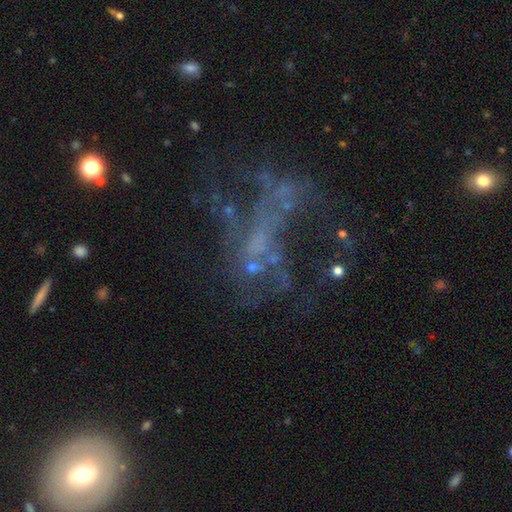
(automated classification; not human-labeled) Smooth or featured?
  - featured or disk: 58% *
  - star or artifact: 26%
  - smooth: 16%
Edge-on disk?
  - no: 95% *
  - yes: 5%
Bar?
  - no: 83% *
  - weak: 12%
  - strong: 5%
Spiral arms?
  - no: 84% *
  - yes: 16%
Bulge size?
  - none: 73% *
  - small: 17%
  - moderate: 7%
  - large: 2%
  - dominant: 1%
Merging?
  - major disturbance: 39% *
  - none: 36%
  - minor disturbance: 13%
  - merger: 12%